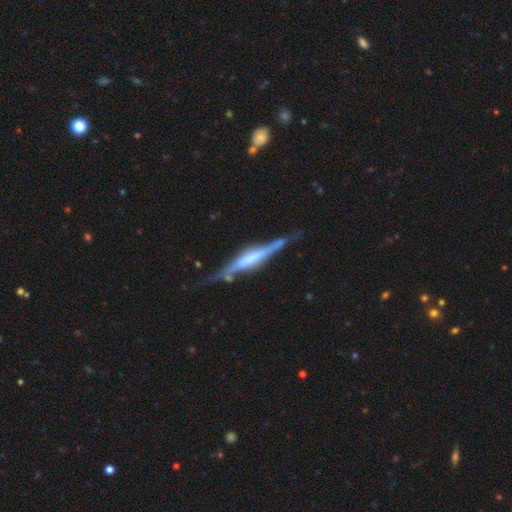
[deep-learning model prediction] Overall: featured or disk (77%). Edge-on disk: yes (94%). Edge-on bulge: boxy (59%; rounded 22%). Merging: none (70%).